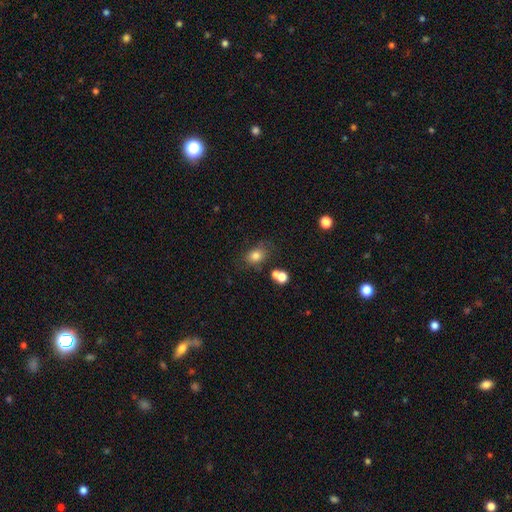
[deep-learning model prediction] Q: Smooth or featured?
A: smooth (78%); runner-up: star or artifact (12%)
Q: How rounded?
A: in between (64%); runner-up: round (34%)
Q: Merging?
A: none (63%); runner-up: minor disturbance (20%)